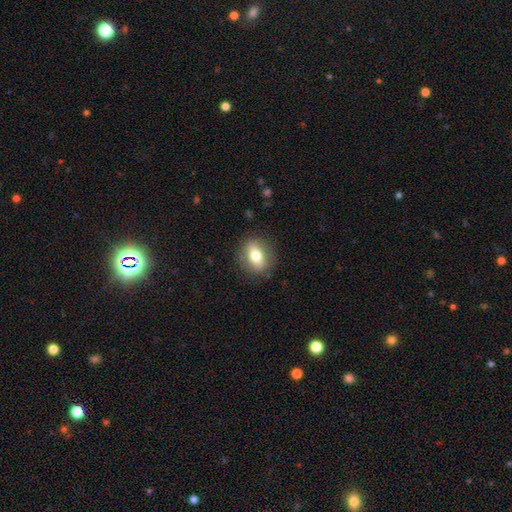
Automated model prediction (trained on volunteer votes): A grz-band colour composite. It shows a smooth galaxy with no disk features (68%) that is round (49%). Merging: none (86%).